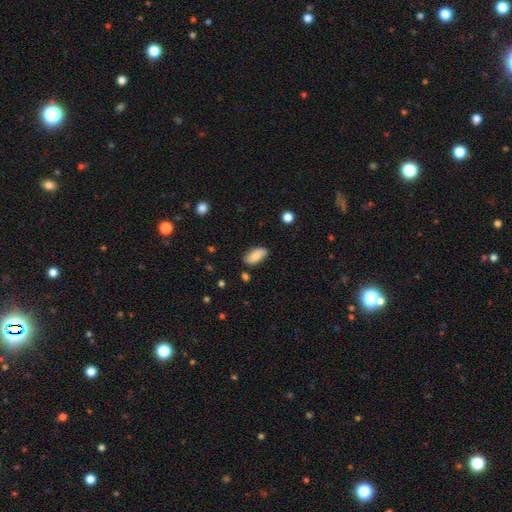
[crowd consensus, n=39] smooth 85%, featured or disk 13%, star or artifact 3%. Down the decision tree: how rounded — in between (94%); merging — none (76%).